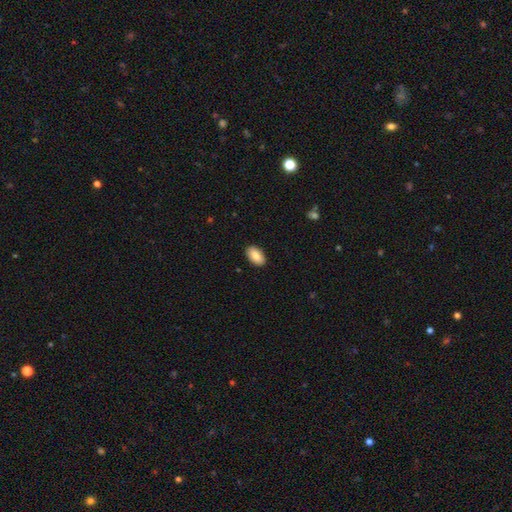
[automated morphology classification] smooth_or_featured: smooth (p=0.85) [alt: featured or disk p=0.08]
how_rounded: in between (p=0.94) [alt: round p=0.04]
merging: none (p=0.89) [alt: minor disturbance p=0.08]